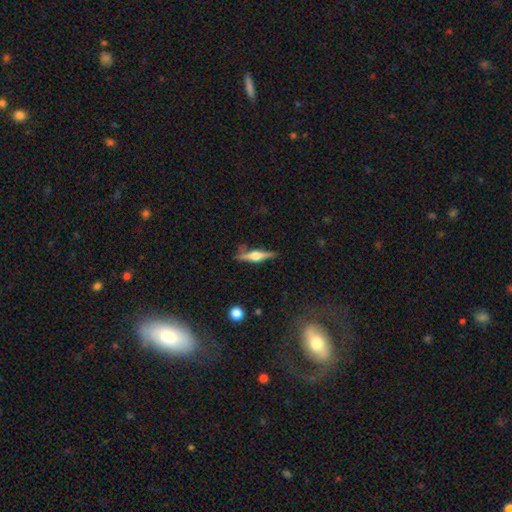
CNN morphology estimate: Smooth or featured?
  - featured or disk: 74% *
  - smooth: 21%
  - star or artifact: 6%
Edge-on disk?
  - yes: 97% *
  - no: 3%
Edge-on bulge?
  - rounded: 94% *
  - boxy: 4%
  - none: 2%
Merging?
  - none: 84% *
  - minor disturbance: 11%
  - major disturbance: 3%
  - merger: 2%